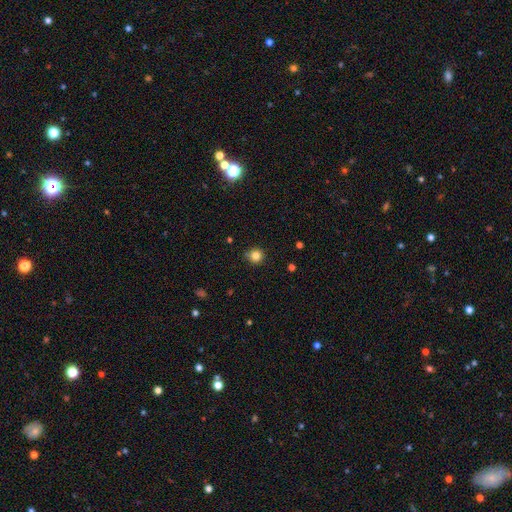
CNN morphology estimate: Smooth or featured? smooth (83%)
How rounded? round (94%)
Merging? none (84%)